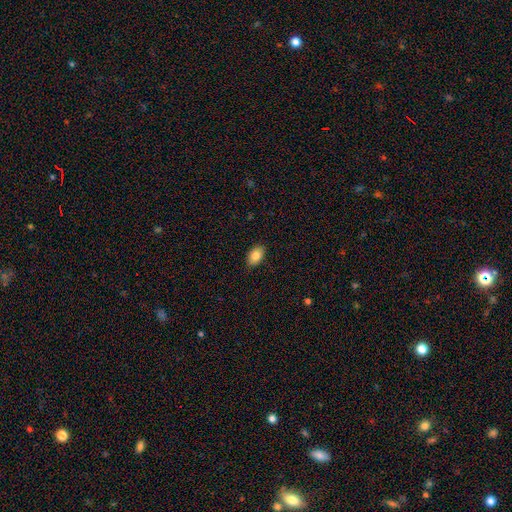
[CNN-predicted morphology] type=smooth (86%); roundness=in between (90%); merging=none (88%).